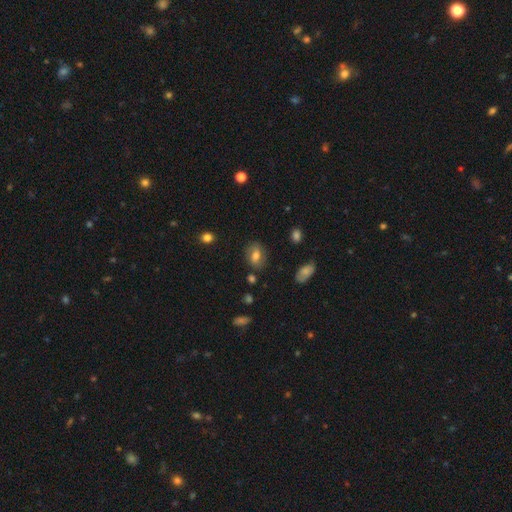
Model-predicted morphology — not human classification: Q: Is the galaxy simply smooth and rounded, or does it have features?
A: smooth — 58%.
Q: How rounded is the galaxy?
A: in between — 70%.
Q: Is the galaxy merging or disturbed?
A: none — 75%.